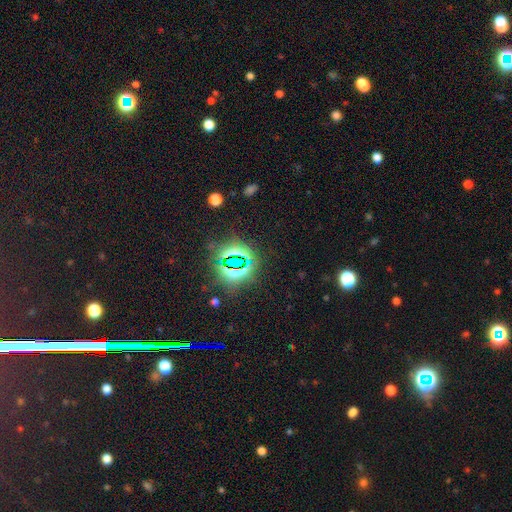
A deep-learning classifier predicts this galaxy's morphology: This appears to be a star or artifact, not a galaxy (79%).